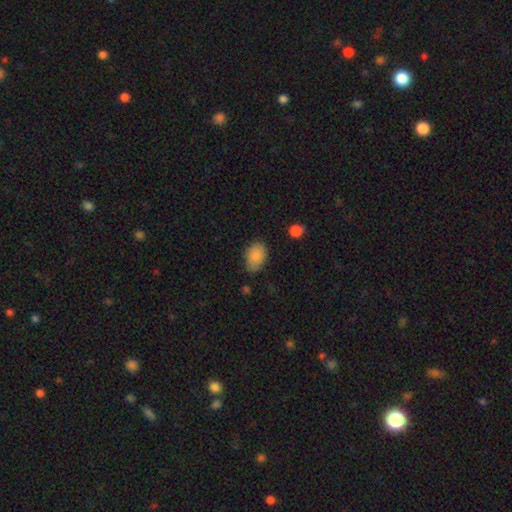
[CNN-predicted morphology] smooth 86%, star or artifact 8%, featured or disk 7%. Down the decision tree: how rounded — in between (85%); merging — none (70%).